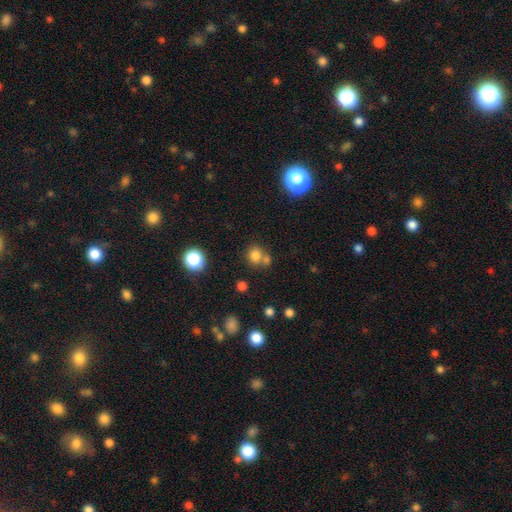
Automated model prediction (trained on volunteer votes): Smooth or featured? smooth (78%)
How rounded? round (80%)
Merging? none (54%)